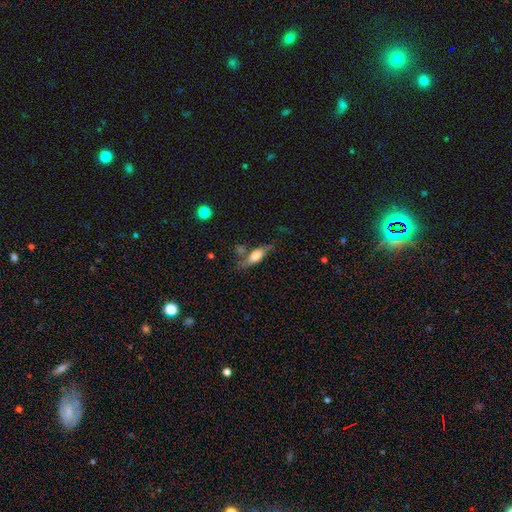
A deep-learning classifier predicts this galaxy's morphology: Smooth or featured? Predicted: smooth (p=0.55). How rounded? Predicted: in between (p=0.64). Merging? Predicted: none (p=0.58).